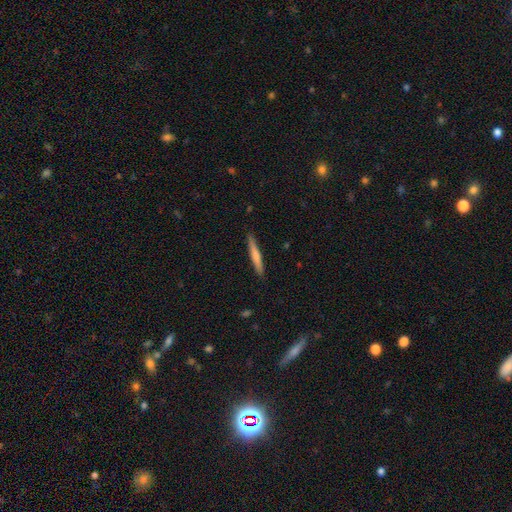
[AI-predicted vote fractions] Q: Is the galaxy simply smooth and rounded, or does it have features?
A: smooth — 68%.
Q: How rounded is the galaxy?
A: cigar-shaped — 95%.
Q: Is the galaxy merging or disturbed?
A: none — 89%.